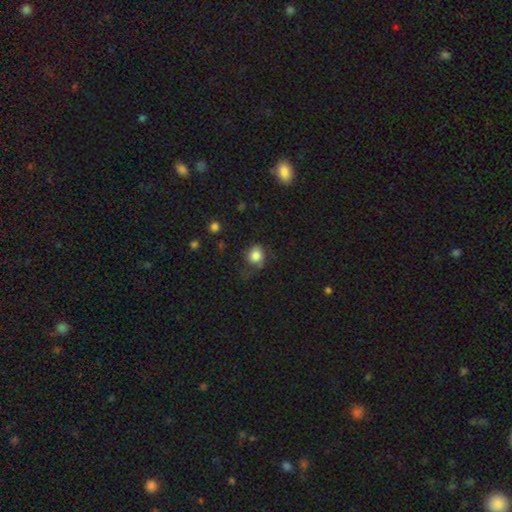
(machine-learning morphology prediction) type=smooth (81%); roundness=round (77%); merging=none (57%).